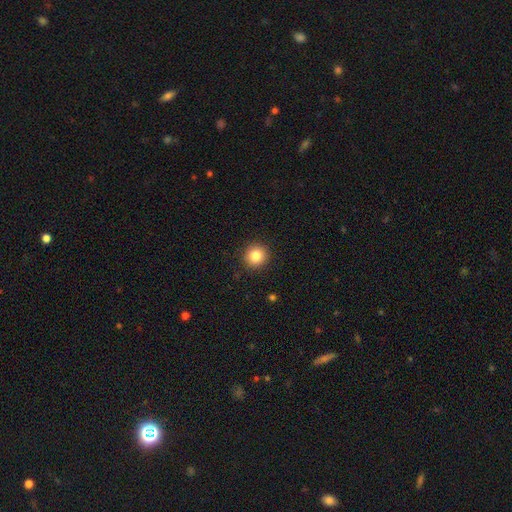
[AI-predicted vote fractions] This appears to be a smooth galaxy with no disk features (83%) that is round (93%). Merging: none (92%).